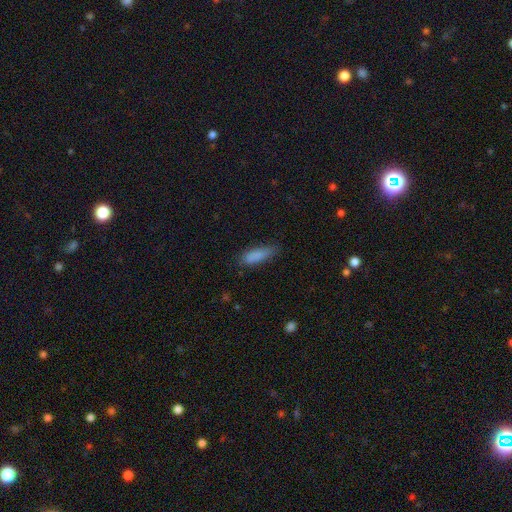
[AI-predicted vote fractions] smooth_or_featured: smooth (p=0.86) [alt: star or artifact p=0.07]
how_rounded: in between (p=0.56) [alt: cigar-shaped p=0.42]
merging: none (p=0.67) [alt: minor disturbance p=0.25]